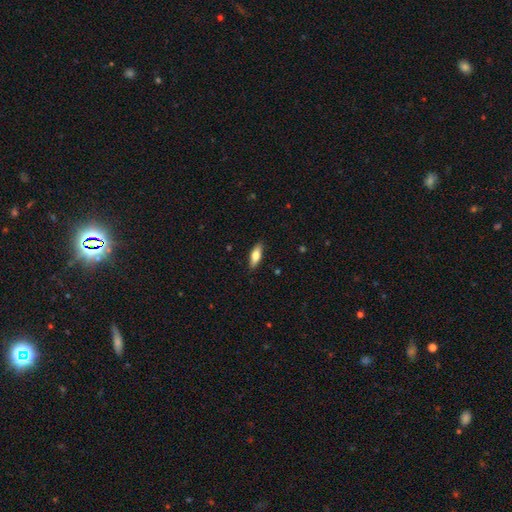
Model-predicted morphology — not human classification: smooth 69%, featured or disk 24%, star or artifact 6%. Down the decision tree: how rounded — in between (64%); merging — none (88%).